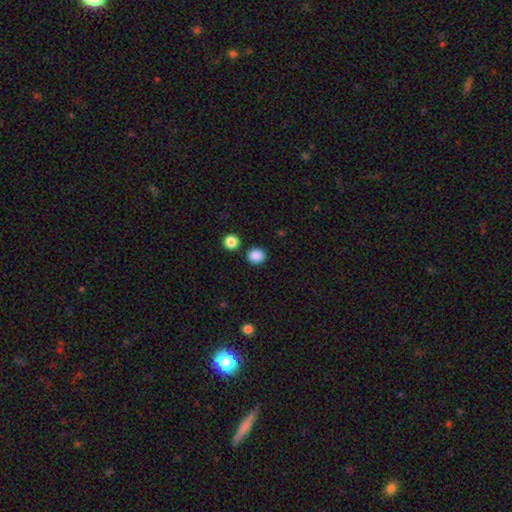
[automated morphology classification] Overall: smooth (87%). How rounded: round (76%). Merging: none (86%).